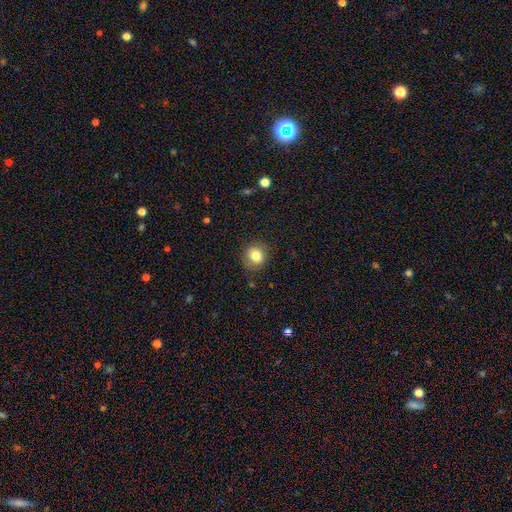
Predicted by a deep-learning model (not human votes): Smooth or featured?
  - smooth: 81% *
  - star or artifact: 11%
  - featured or disk: 9%
How rounded?
  - round: 80% *
  - in between: 19%
  - cigar-shaped: 1%
Merging?
  - none: 81% *
  - minor disturbance: 14%
  - major disturbance: 4%
  - merger: 1%